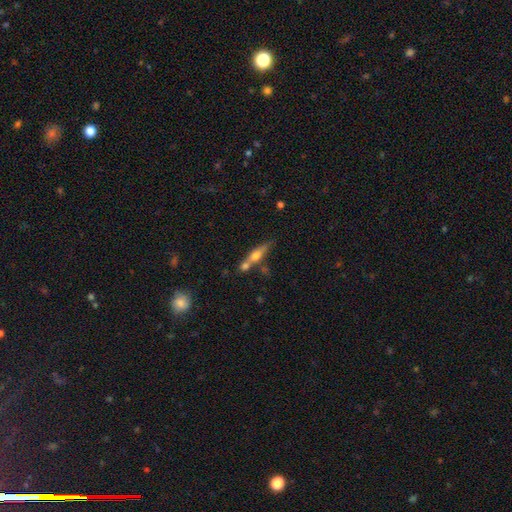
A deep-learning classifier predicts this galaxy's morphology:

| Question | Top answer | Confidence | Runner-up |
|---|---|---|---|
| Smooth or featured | featured or disk | 48% | smooth (44%) |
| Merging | none | 46% | merger (36%) |